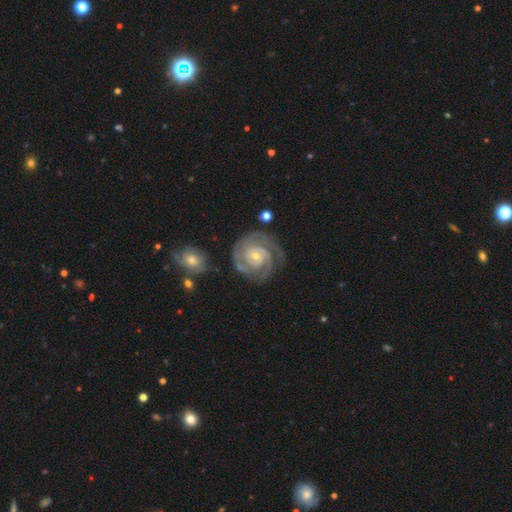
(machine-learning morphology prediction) This appears to be a featured or disk galaxy (89%) with no bar (69%), 2 (40%) tight (72%) spiral arms (97%) and a small central bulge (61%). Merging: none (72%).